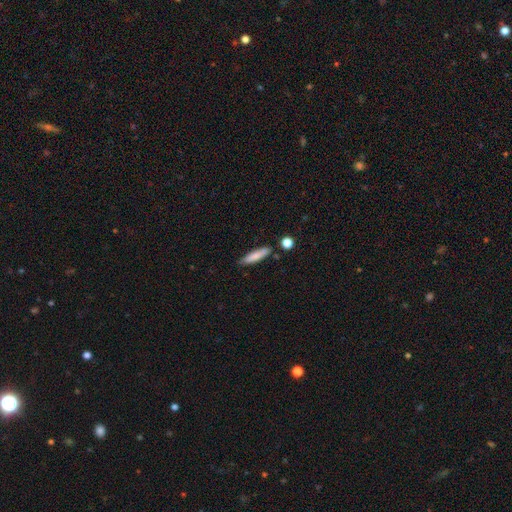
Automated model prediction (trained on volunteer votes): The model was most divided on "how rounded": cigar-shaped: 81%, in between: 18%, round: 2%. More confident: merging — none (81%); smooth or featured — smooth (80%).